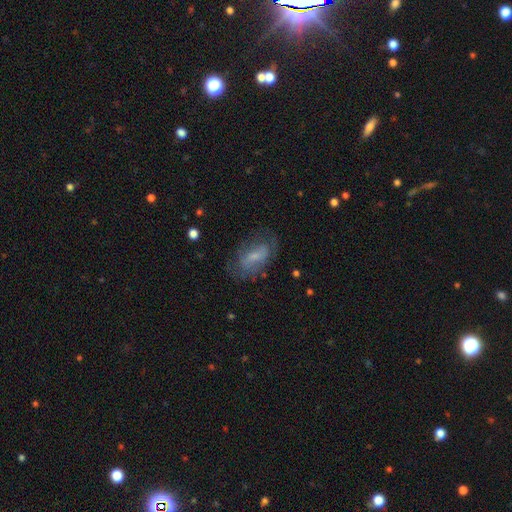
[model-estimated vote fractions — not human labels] Morphology: type=featured or disk (46%); merging=none (66%).